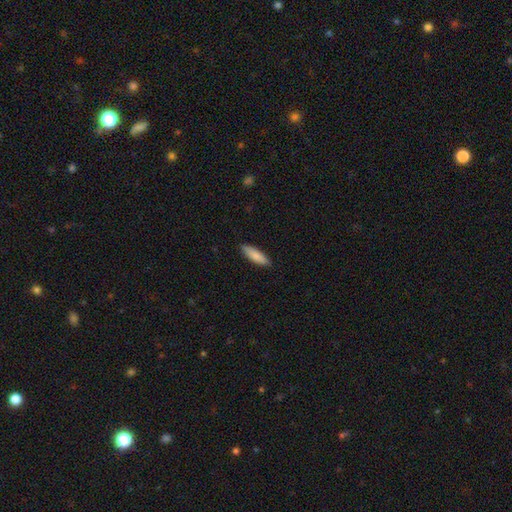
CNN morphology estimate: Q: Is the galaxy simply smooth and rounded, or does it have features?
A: smooth — 84%.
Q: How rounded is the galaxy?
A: cigar-shaped — 57%.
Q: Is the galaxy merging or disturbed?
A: none — 88%.